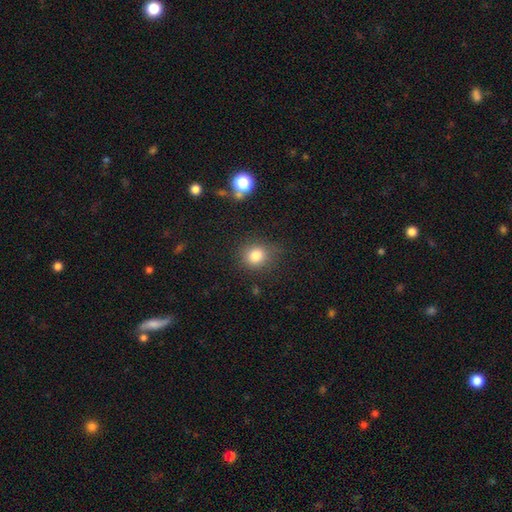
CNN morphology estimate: This is clearly a smooth galaxy (81%). How rounded: likely round (75%). Merging: likely none (78%).